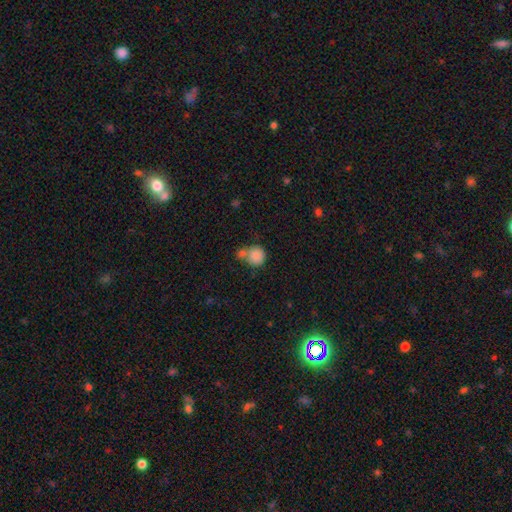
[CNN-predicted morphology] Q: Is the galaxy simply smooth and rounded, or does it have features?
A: smooth — 85%.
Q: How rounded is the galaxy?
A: round — 90%.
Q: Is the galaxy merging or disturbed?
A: none — 48%.